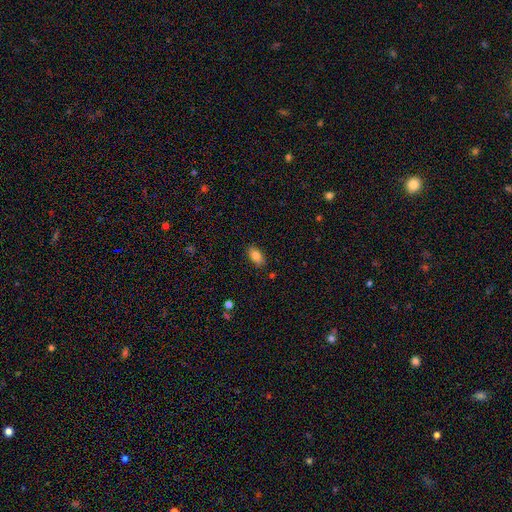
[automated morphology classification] Smooth or featured?
  - smooth: 81% *
  - featured or disk: 11%
  - star or artifact: 8%
How rounded?
  - in between: 91% *
  - round: 5%
  - cigar-shaped: 4%
Merging?
  - none: 86% *
  - minor disturbance: 11%
  - major disturbance: 2%
  - merger: 1%